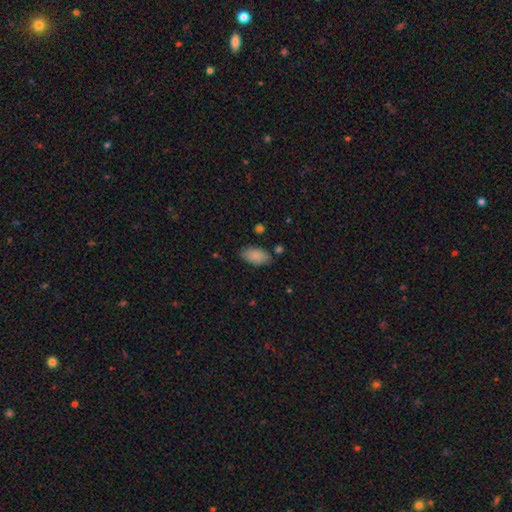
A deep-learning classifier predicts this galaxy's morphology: Overall: smooth (85%). How rounded: in between (94%). Merging: none (75%).